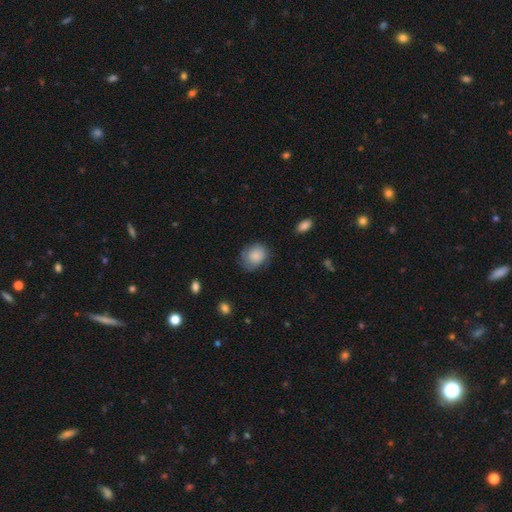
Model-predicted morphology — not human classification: smooth_or_featured: smooth (p=0.83) [alt: featured or disk p=0.10]
how_rounded: round (p=0.63) [alt: in between p=0.36]
merging: none (p=0.67) [alt: minor disturbance p=0.23]